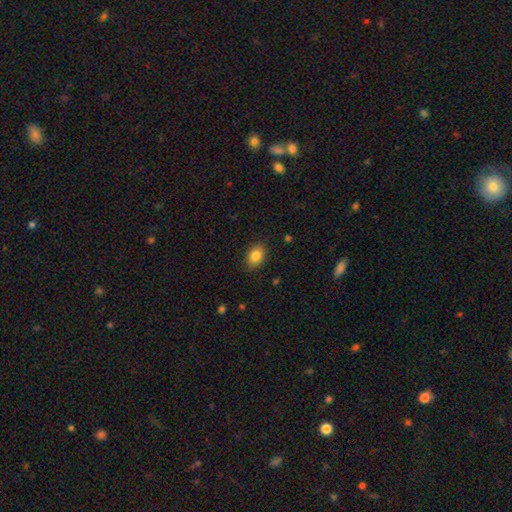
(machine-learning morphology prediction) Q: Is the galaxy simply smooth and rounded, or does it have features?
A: smooth — 85%.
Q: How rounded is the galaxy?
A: in between — 79%.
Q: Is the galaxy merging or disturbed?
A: none — 86%.